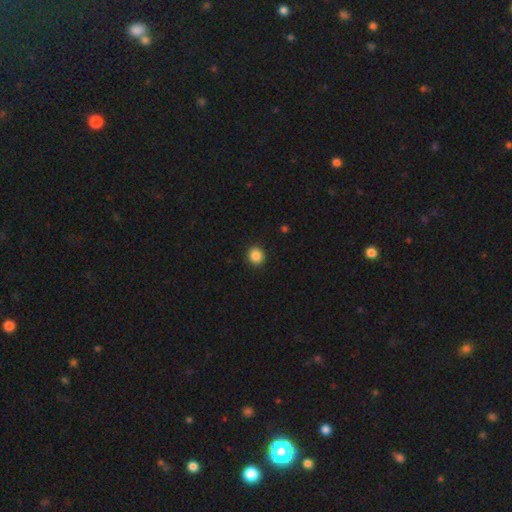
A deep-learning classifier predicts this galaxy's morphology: smooth 87%, star or artifact 10%, featured or disk 3%. Down the decision tree: how rounded — round (89%); merging — none (92%).